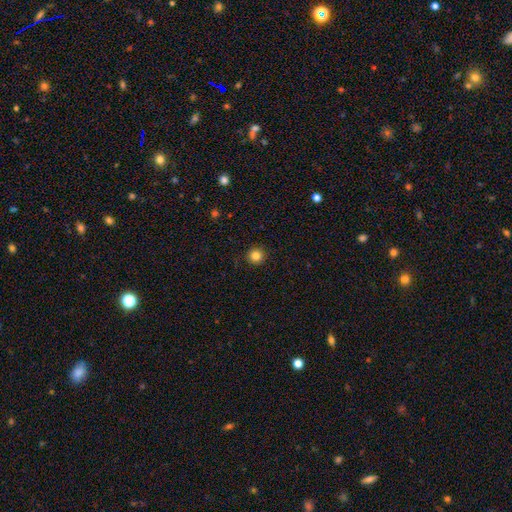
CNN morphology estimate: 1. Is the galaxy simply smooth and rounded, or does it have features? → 84% smooth, 12% star or artifact, 5% featured or disk.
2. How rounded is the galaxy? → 95% round, 4% in between, 1% cigar-shaped.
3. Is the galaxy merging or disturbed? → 92% none, 5% minor disturbance, 2% major disturbance, 1% merger.